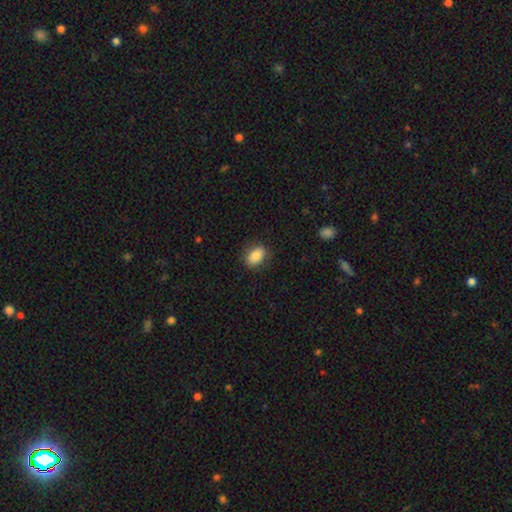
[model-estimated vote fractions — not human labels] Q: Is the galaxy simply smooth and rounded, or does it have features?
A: smooth — 85%.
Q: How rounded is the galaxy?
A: in between — 83%.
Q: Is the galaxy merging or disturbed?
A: none — 83%.